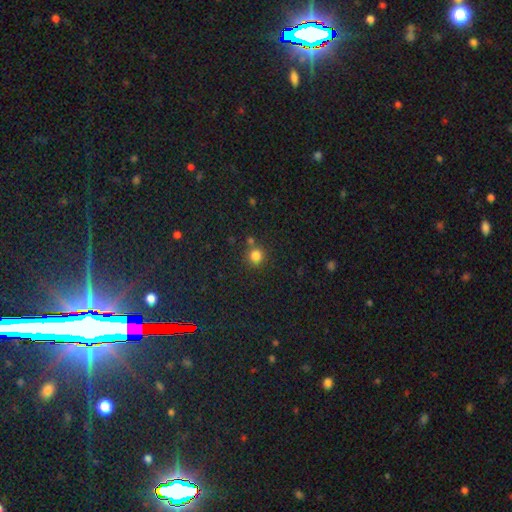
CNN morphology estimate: Q: Smooth or featured?
A: smooth (81%); runner-up: star or artifact (15%)
Q: How rounded?
A: round (92%); runner-up: in between (7%)
Q: Merging?
A: none (73%); runner-up: merger (15%)